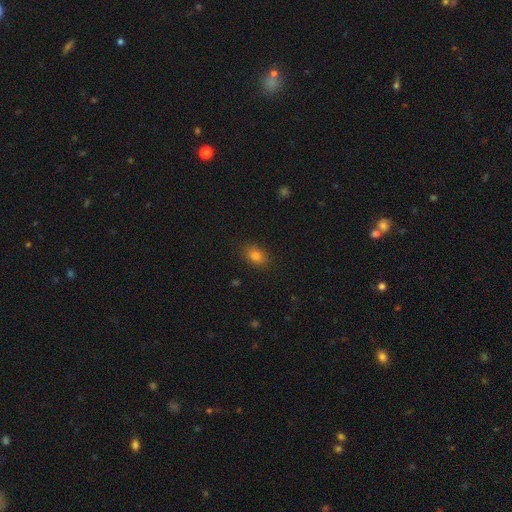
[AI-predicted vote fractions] The model was most divided on "how rounded": in between: 78%, round: 20%, cigar-shaped: 2%. More confident: merging — none (86%); smooth or featured — smooth (82%).